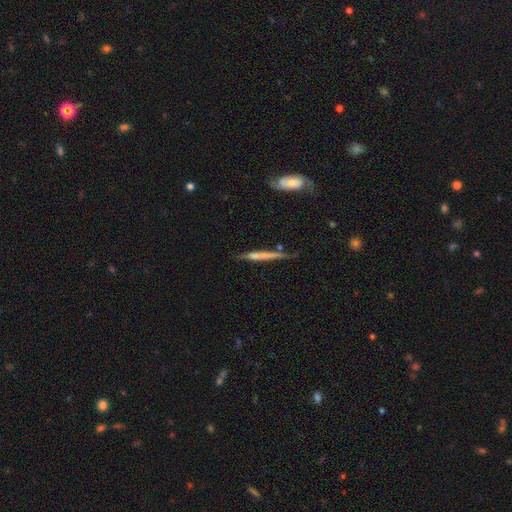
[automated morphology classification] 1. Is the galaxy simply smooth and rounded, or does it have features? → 50% featured or disk, 44% smooth, 7% star or artifact.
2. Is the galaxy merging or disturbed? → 69% none, 21% minor disturbance, 5% major disturbance, 5% merger.